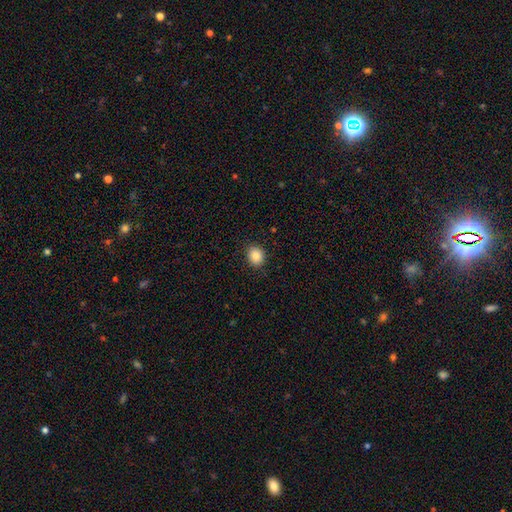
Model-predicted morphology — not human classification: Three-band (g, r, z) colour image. It shows a smooth galaxy with no disk features (87%) that is round (54%). Merging: none (89%).